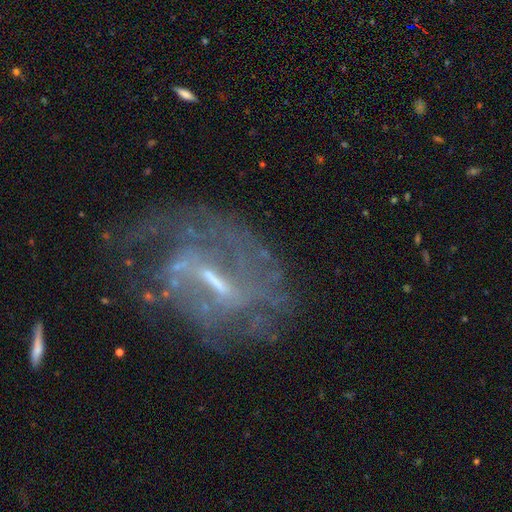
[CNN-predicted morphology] Smooth or featured? featured or disk (80%)
Edge-on disk? no (94%)
Bar? weak (50%)
Spiral arms? yes (79%)
Spiral winding? medium (39%)
Spiral arm count? can't tell (42%)
Bulge size? small (53%)
Merging? none (49%)